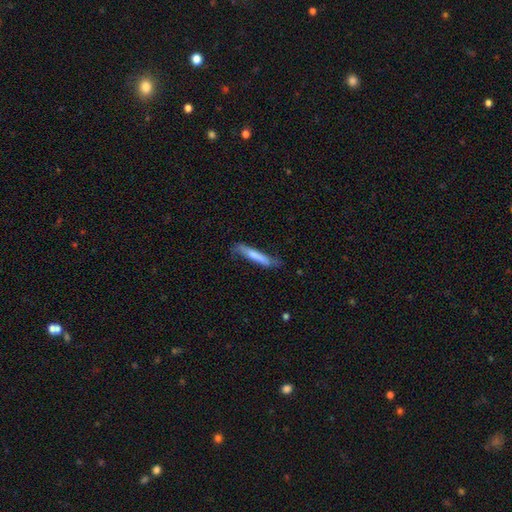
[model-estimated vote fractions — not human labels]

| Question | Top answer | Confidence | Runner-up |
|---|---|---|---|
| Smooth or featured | smooth | 64% | featured or disk (30%) |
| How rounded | cigar-shaped | 91% | in between (8%) |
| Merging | none | 61% | minor disturbance (27%) |